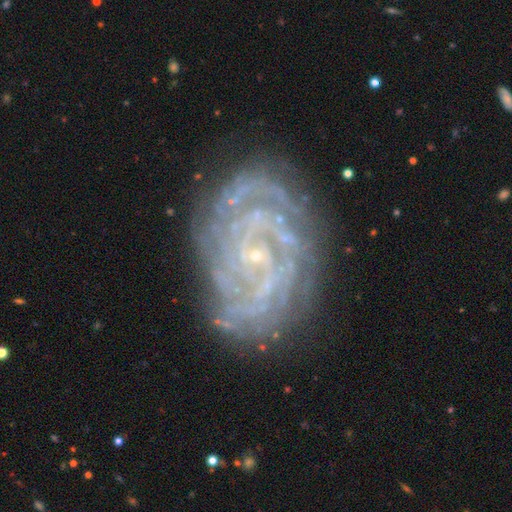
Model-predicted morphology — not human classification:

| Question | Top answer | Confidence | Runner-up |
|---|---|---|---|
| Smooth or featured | featured or disk | 86% | star or artifact (7%) |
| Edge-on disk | no | 97% | yes (3%) |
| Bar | no | 64% | weak (27%) |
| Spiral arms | yes | 95% | no (5%) |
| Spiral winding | tight | 73% | medium (22%) |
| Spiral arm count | can't tell | 30% | 2 (18%) |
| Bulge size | small | 84% | moderate (8%) |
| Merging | none | 76% | minor disturbance (15%) |